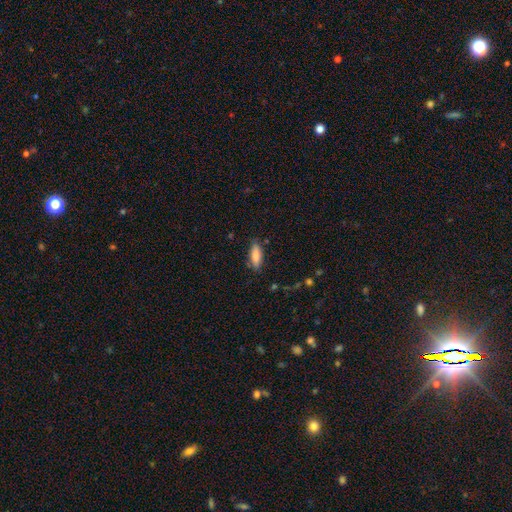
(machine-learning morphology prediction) Q: Smooth or featured?
A: smooth (82%); runner-up: featured or disk (12%)
Q: How rounded?
A: in between (60%); runner-up: cigar-shaped (38%)
Q: Merging?
A: none (81%); runner-up: minor disturbance (14%)